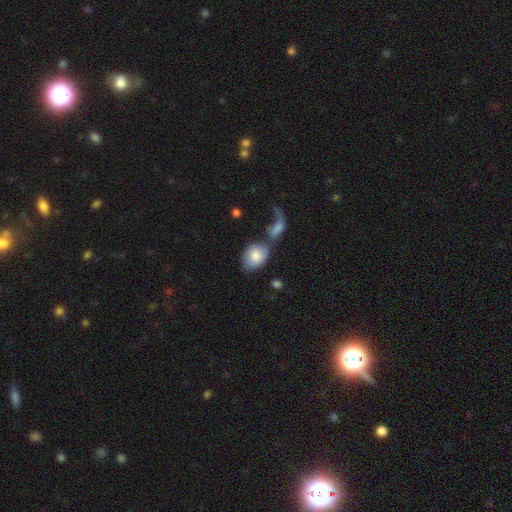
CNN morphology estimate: Smooth or featured? Predicted: smooth (p=0.83). How rounded? Predicted: in between (p=0.74). Merging? Predicted: none (p=0.41).